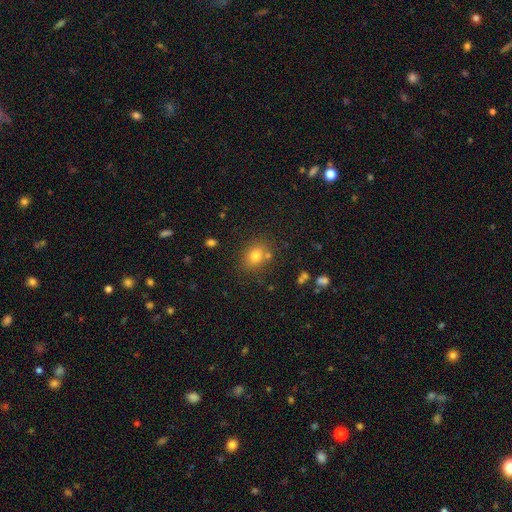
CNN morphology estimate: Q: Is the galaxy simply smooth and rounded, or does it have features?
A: smooth — 76%.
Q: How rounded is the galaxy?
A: round — 52%.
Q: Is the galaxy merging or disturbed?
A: none — 73%.